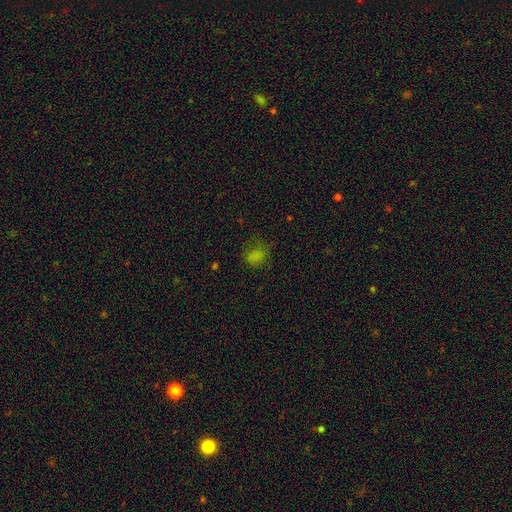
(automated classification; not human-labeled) This is likely a smooth galaxy (73%). How rounded: possibly round (51%). Merging: likely none (60%).